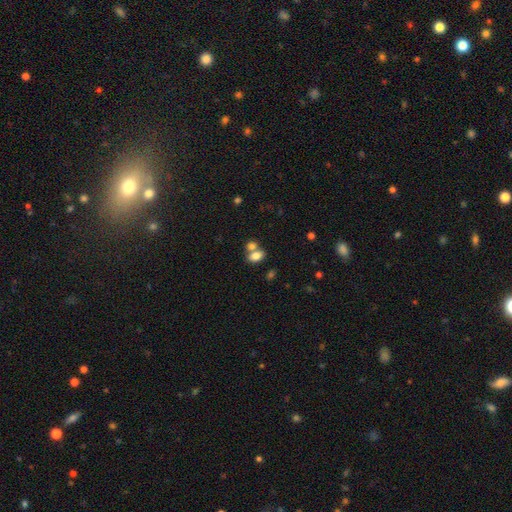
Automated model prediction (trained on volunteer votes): Smooth or featured? smooth (79%)
How rounded? in between (83%)
Merging? merger (46%)